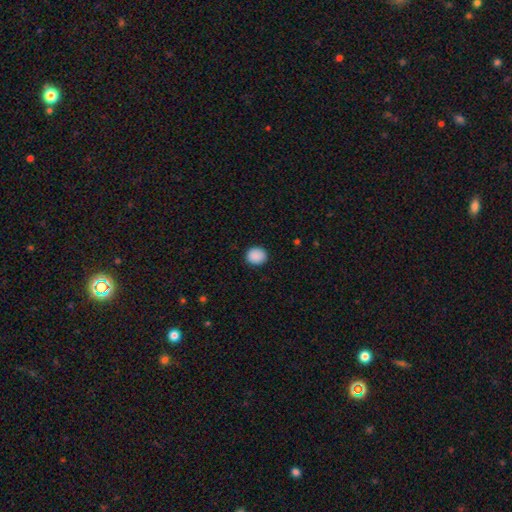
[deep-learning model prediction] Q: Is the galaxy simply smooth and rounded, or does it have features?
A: smooth — 90%.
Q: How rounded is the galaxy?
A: round — 77%.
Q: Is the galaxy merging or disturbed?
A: none — 90%.